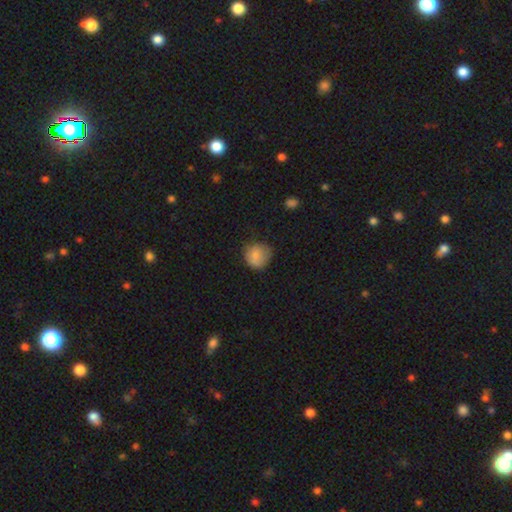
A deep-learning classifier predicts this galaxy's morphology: A smooth galaxy with no disk features (81%) that is round (81%).

Vote fractions:
- Smooth or featured? smooth: 81% / featured or disk: 10% / star or artifact: 9%
- How rounded? round: 81% / in between: 18% / cigar-shaped: 1%
- Merging? none: 63% / minor disturbance: 27% / major disturbance: 9% / merger: 1%